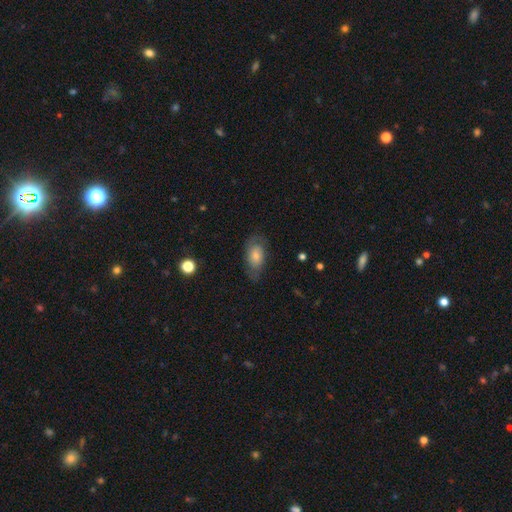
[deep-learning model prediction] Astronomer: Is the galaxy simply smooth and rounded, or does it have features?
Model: smooth — 64%.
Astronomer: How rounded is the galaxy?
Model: in between — 89%.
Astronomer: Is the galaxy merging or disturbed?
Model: none — 67%.